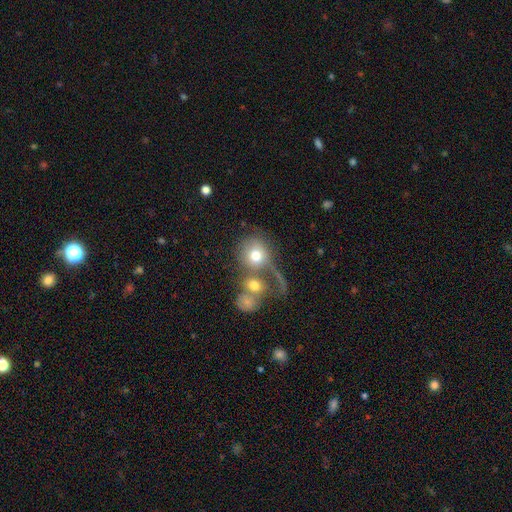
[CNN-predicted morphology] Q: Smooth or featured?
A: smooth (69%); runner-up: featured or disk (21%)
Q: How rounded?
A: round (81%); runner-up: in between (18%)
Q: Merging?
A: merger (48%); runner-up: none (27%)